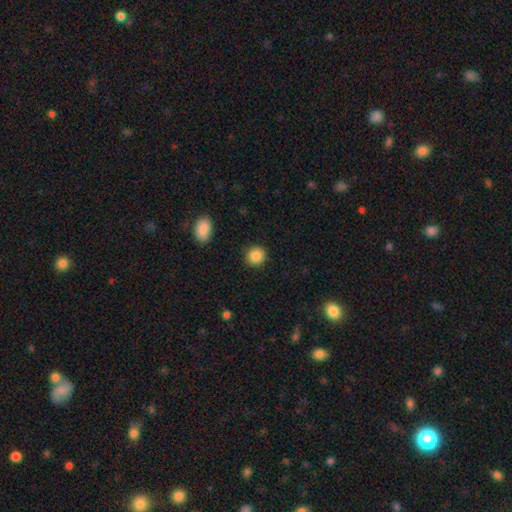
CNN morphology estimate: A smooth galaxy with no disk features (87%) that is round (87%). Merging: none (90%).